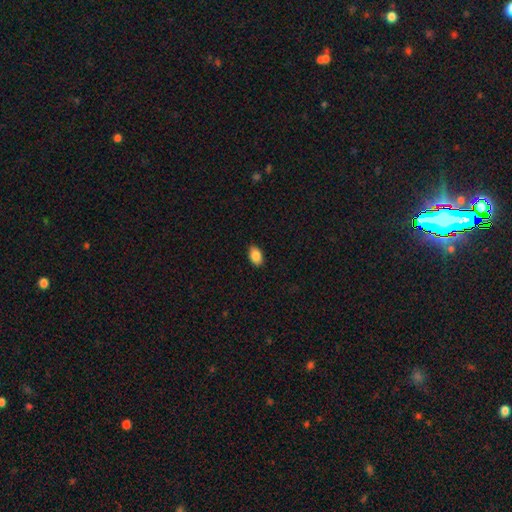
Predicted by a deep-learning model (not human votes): A smooth galaxy with no disk features (88%) that is in between round and cigar-shaped (89%). Merging: none (88%).